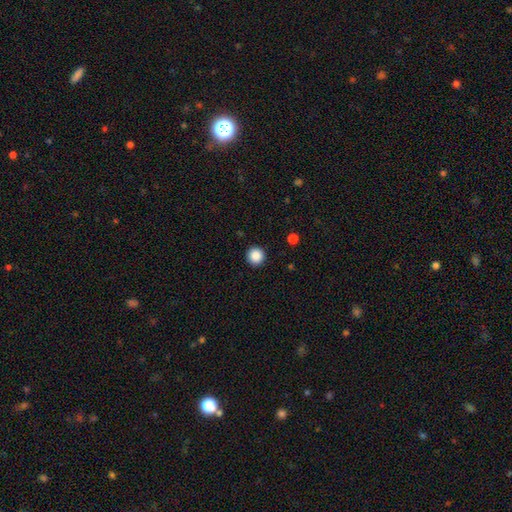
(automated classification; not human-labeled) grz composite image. It shows a smooth galaxy with no disk features (88%) that is round (96%). Merging: none (93%).